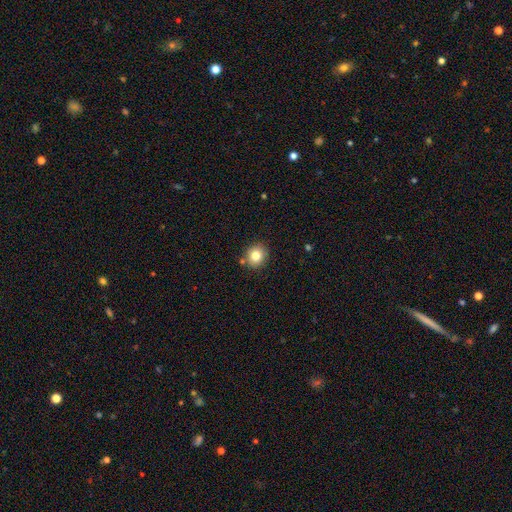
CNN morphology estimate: Smooth or featured?
  - smooth: 81% *
  - star or artifact: 10%
  - featured or disk: 9%
How rounded?
  - round: 81% *
  - in between: 18%
  - cigar-shaped: 1%
Merging?
  - none: 82% *
  - minor disturbance: 10%
  - merger: 6%
  - major disturbance: 2%